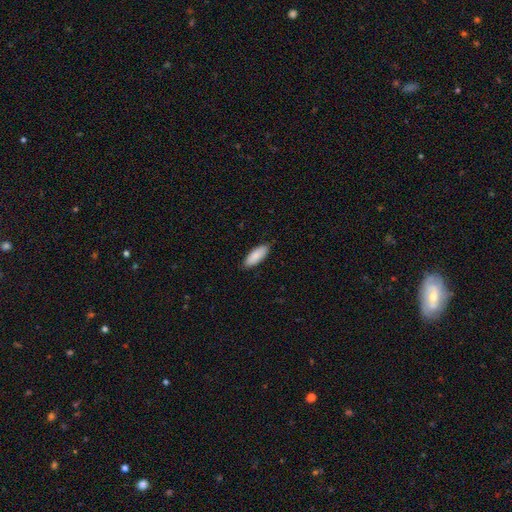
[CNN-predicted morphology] Q: Smooth or featured?
A: smooth (88%); runner-up: featured or disk (6%)
Q: How rounded?
A: in between (73%); runner-up: cigar-shaped (25%)
Q: Merging?
A: none (87%); runner-up: minor disturbance (10%)